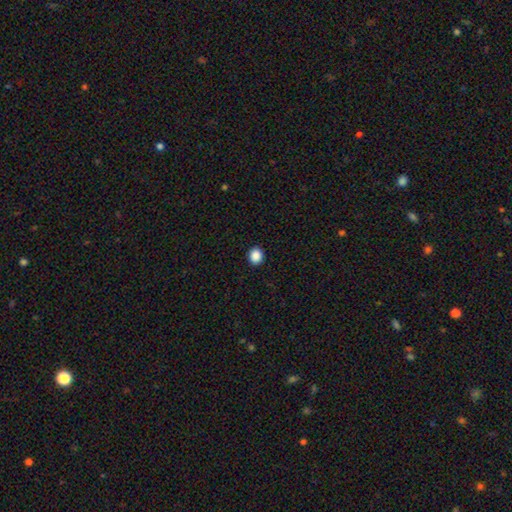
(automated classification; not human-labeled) This is clearly a smooth galaxy (88%). How rounded: likely round (71%). Merging: clearly none (92%).